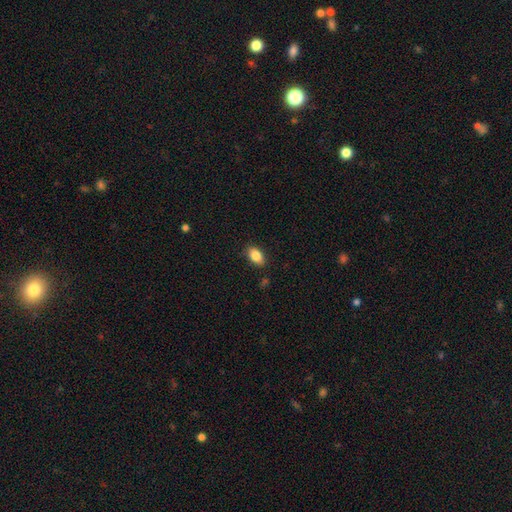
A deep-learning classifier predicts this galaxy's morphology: Smooth or featured?
  - smooth: 85% *
  - star or artifact: 8%
  - featured or disk: 7%
How rounded?
  - in between: 90% *
  - round: 7%
  - cigar-shaped: 3%
Merging?
  - none: 86% *
  - minor disturbance: 10%
  - major disturbance: 2%
  - merger: 1%